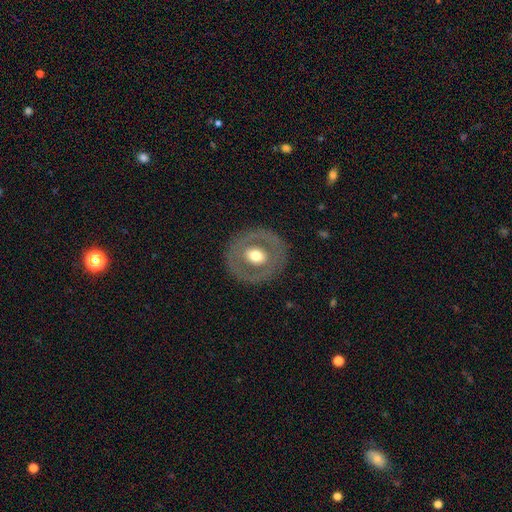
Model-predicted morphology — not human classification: This is possibly a featured or disk galaxy (52%). It is clearly not viewed edge-on (95%). Merging: clearly none (84%).